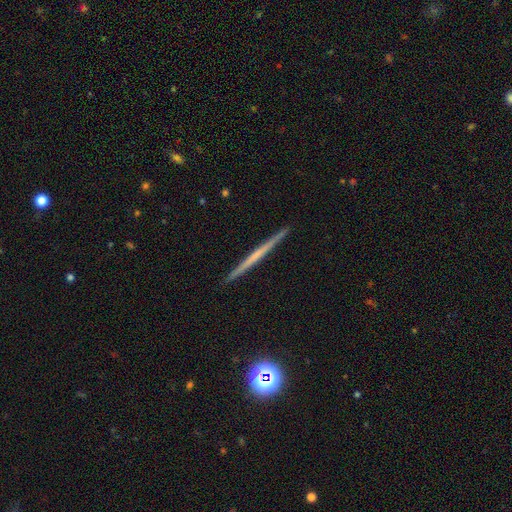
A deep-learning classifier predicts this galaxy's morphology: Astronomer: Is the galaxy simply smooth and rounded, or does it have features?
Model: featured or disk — 59%.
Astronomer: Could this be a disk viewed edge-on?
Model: yes — 98%.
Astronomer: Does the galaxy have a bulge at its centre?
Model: none — 87%.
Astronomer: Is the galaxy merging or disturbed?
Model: none — 93%.